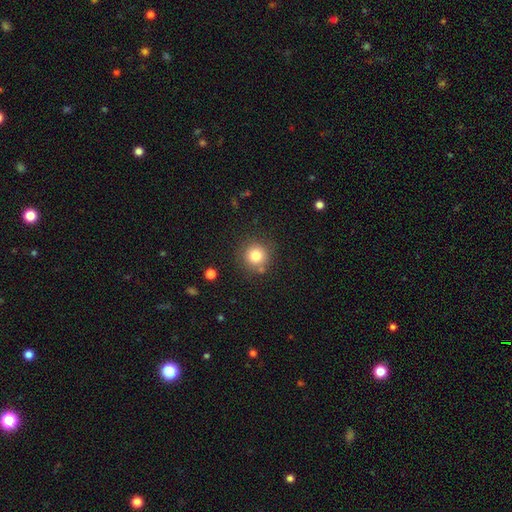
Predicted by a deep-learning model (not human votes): smooth-or-featured: smooth: 80% | star or artifact: 12% | featured or disk: 8%
  how-rounded: round: 94% | in between: 5% | cigar-shaped: 1%
  merging: none: 82% | minor disturbance: 10% | merger: 5% | major disturbance: 3%